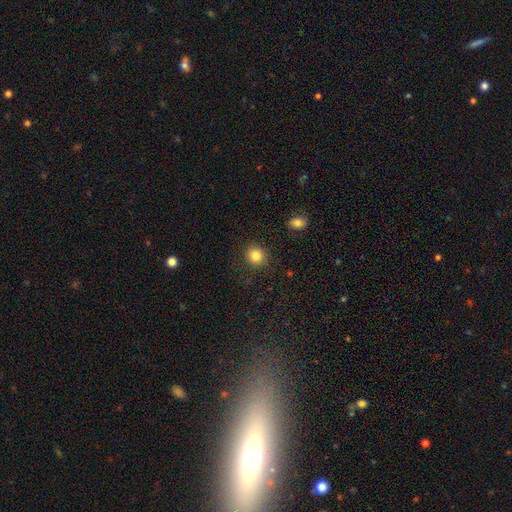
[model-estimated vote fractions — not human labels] smooth_or_featured: smooth (p=0.84) [alt: star or artifact p=0.10]
how_rounded: round (p=0.89) [alt: in between p=0.10]
merging: none (p=0.90) [alt: minor disturbance p=0.07]